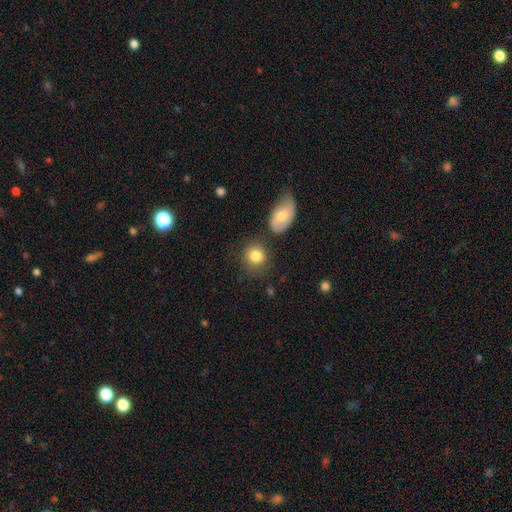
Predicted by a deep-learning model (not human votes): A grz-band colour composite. It shows a smooth galaxy with no disk features (84%) that is round (76%). Merging: none (72%).